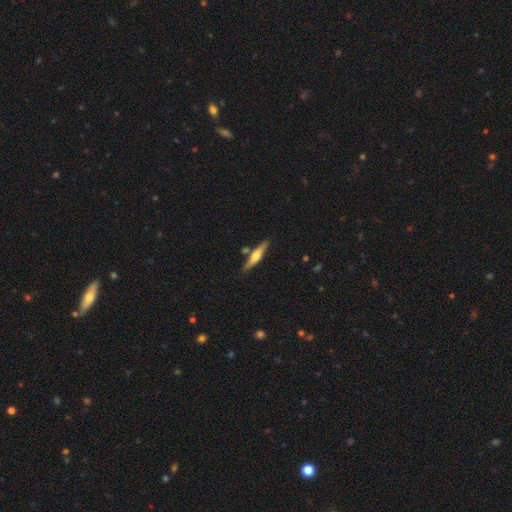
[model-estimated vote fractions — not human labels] The model was most divided on "smooth or featured": featured or disk: 52%, smooth: 42%, star or artifact: 6%. More confident: edge-on disk — yes (94%); merging — none (80%).